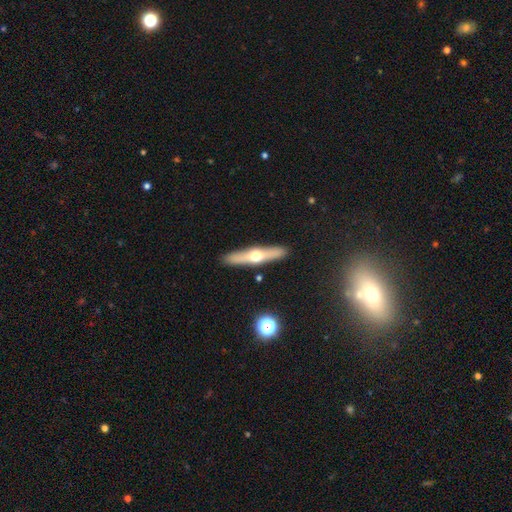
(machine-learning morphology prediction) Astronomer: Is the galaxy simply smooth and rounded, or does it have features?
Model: featured or disk — 60%.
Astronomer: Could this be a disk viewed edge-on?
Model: yes — 93%.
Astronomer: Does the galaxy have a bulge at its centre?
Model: rounded — 94%.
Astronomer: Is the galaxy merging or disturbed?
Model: none — 91%.